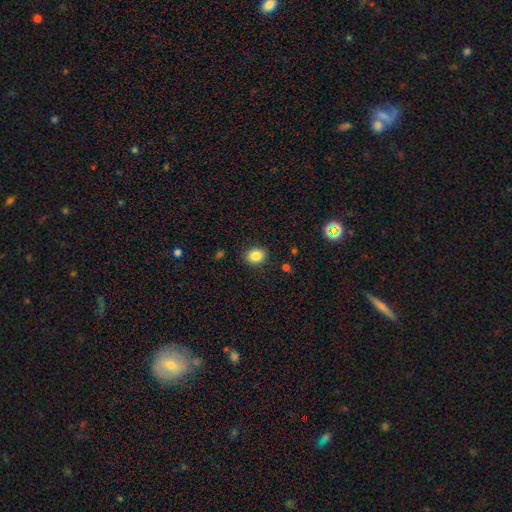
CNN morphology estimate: Q: Smooth or featured?
A: smooth (85%); runner-up: star or artifact (10%)
Q: How rounded?
A: round (59%); runner-up: in between (41%)
Q: Merging?
A: none (87%); runner-up: minor disturbance (9%)